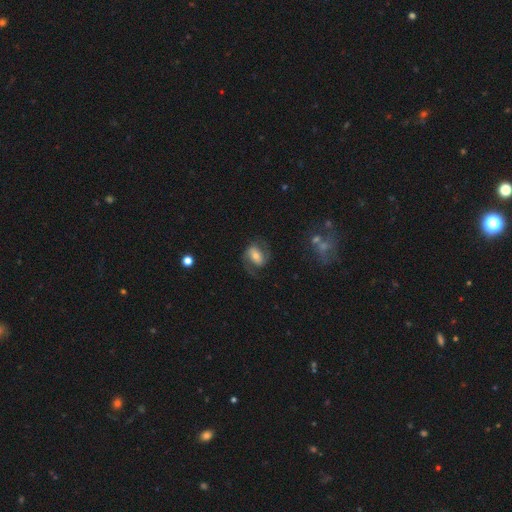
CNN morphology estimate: smooth-or-featured: featured or disk: 72% | smooth: 20% | star or artifact: 7%
  disk-edge-on: no: 97% | yes: 3%
    bar: weak: 38% | strong: 34% | no: 28%
    has-spiral-arms: yes: 91% | no: 9%
      spiral-winding: medium: 51% | loose: 27% | tight: 21%
      spiral-arm-count: 2: 89% | can't tell: 5% | 1: 3% | 3: 1% | 4: 1% | more than 4: 1%
    bulge-size: moderate: 55% | small: 32% | large: 9% | none: 2% | dominant: 2%
  merging: none: 71% | minor disturbance: 15% | major disturbance: 12% | merger: 2%